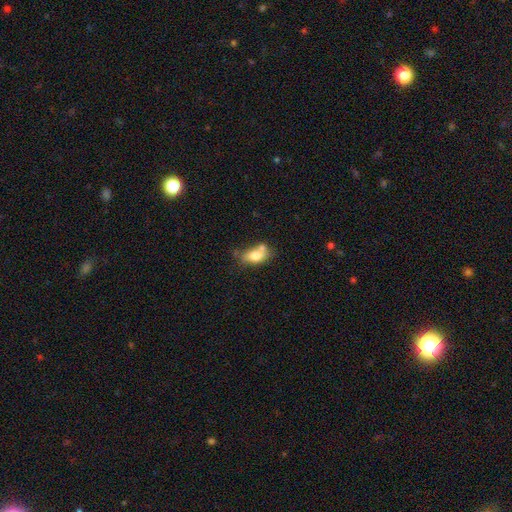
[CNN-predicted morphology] Smooth or featured? smooth (71%)
How rounded? in between (81%)
Merging? merger (36%, tied with none)